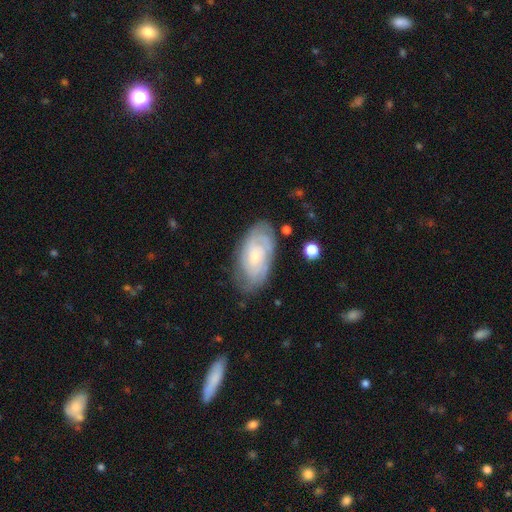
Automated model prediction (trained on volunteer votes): Smooth or featured? featured or disk (71%)
Edge-on disk? no (94%)
Bar? no (72%)
Spiral arms? yes (90%)
Spiral winding? tight (68%)
Spiral arm count? can't tell (49%)
Bulge size? small (61%)
Merging? none (73%)